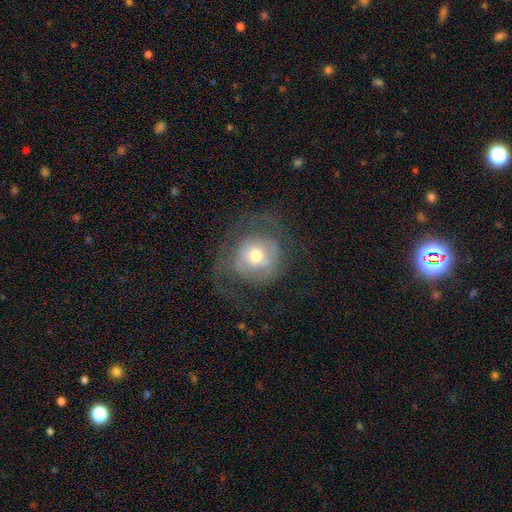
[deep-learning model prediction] A featured or disk galaxy (48%).

Vote fractions:
- Smooth or featured? featured or disk: 48% / smooth: 43% / star or artifact: 9%
- Merging? none: 52% / major disturbance: 28% / minor disturbance: 18% / merger: 2%